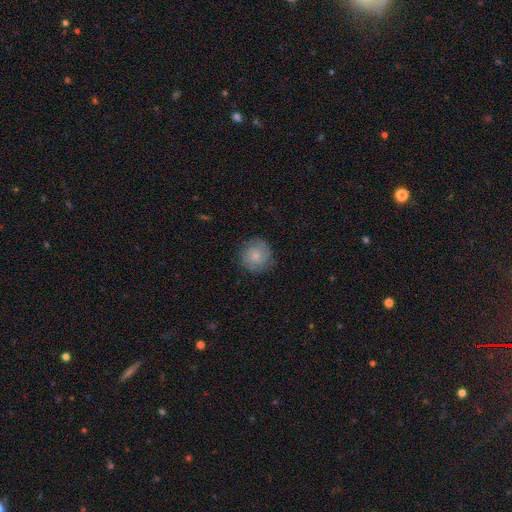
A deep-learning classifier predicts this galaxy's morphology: Smooth or featured: smooth — 70% (featured or disk — 23%)
How rounded: round — 93% (in between — 6%)
Merging: none — 81% (minor disturbance — 14%)